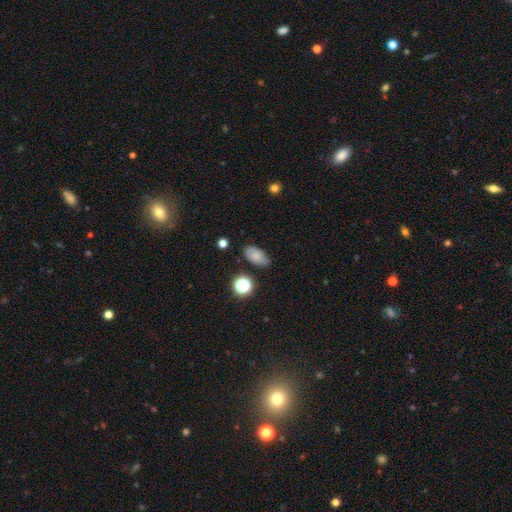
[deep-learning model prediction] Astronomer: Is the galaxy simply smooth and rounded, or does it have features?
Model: smooth — 75%.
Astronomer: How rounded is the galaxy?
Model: in between — 89%.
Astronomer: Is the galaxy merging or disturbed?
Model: none — 75%.